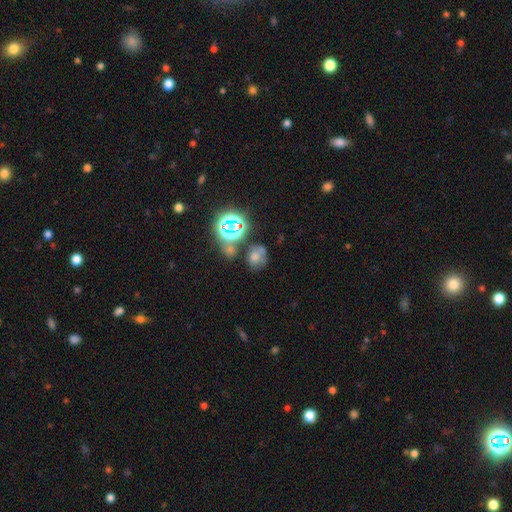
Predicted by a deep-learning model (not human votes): smooth-or-featured: smooth: 53% | star or artifact: 30% | featured or disk: 17%
  how-rounded: round: 53% | in between: 45% | cigar-shaped: 1%
  merging: none: 46% | merger: 22% | minor disturbance: 19% | major disturbance: 13%